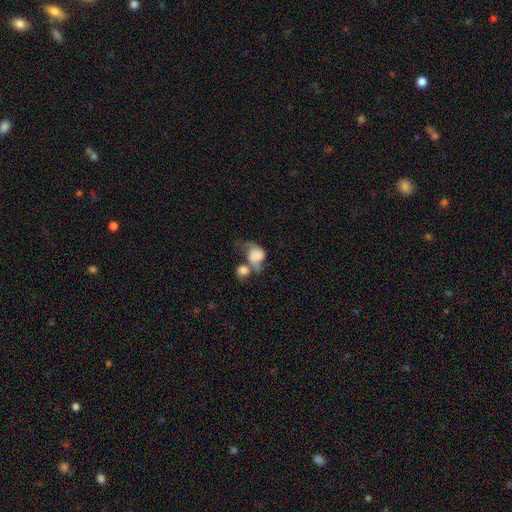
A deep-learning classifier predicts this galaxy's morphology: Smooth or featured?
  - smooth: 61% *
  - featured or disk: 30%
  - star or artifact: 9%
How rounded?
  - in between: 54% *
  - round: 44%
  - cigar-shaped: 2%
Merging?
  - merger: 55% *
  - major disturbance: 20%
  - none: 15%
  - minor disturbance: 11%